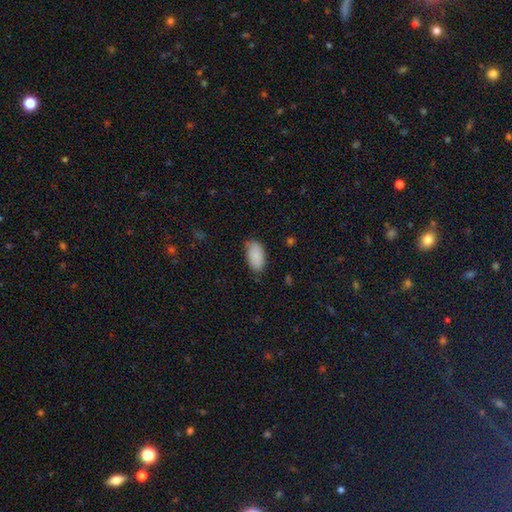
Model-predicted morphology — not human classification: smooth 88%, star or artifact 7%, featured or disk 5%. Down the decision tree: how rounded — in between (94%); merging — none (74%).